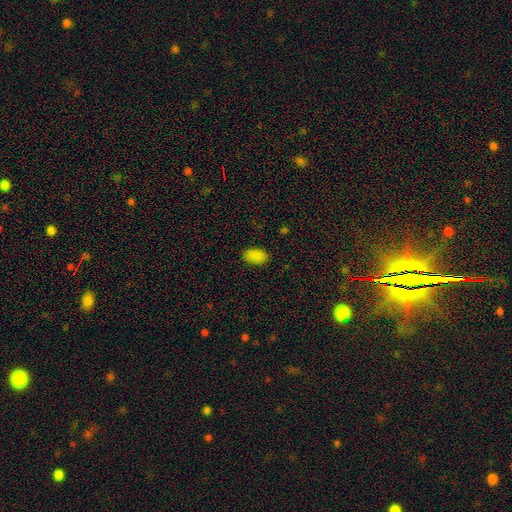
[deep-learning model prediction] Q: Smooth or featured?
A: smooth (87%); runner-up: star or artifact (10%)
Q: How rounded?
A: in between (93%); runner-up: round (6%)
Q: Merging?
A: none (85%); runner-up: minor disturbance (11%)